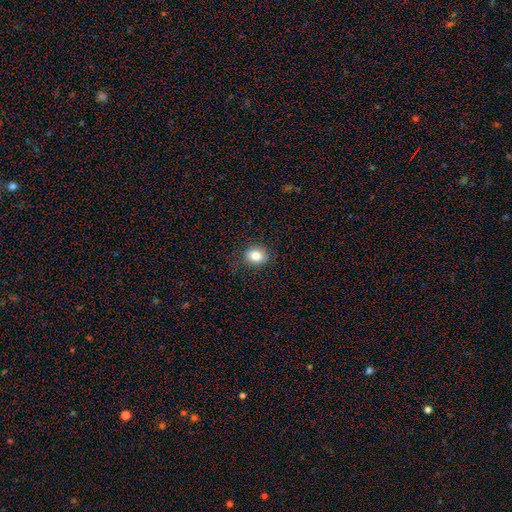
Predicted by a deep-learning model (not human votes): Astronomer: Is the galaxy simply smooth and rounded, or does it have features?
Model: smooth — 82%.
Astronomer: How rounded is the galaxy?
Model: round — 51% (runner-up: in between, 48%).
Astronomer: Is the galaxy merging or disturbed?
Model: none — 84%.